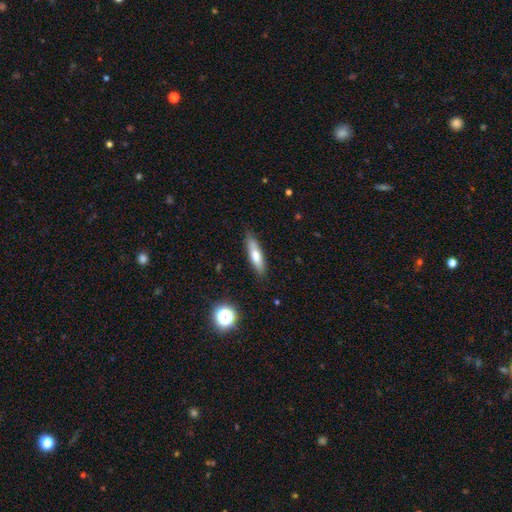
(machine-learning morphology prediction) This is likely a smooth galaxy (65%). How rounded: likely cigar-shaped (73%). Merging: clearly none (83%).